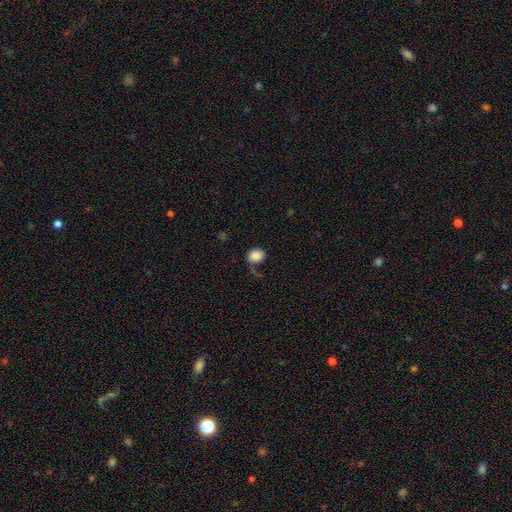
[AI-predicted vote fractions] A smooth galaxy with no disk features (86%) that is round (59%).

Vote fractions:
- Smooth or featured? smooth: 86% / star or artifact: 9% / featured or disk: 5%
- How rounded? round: 59% / in between: 40% / cigar-shaped: 1%
- Merging? none: 67% / minor disturbance: 18% / major disturbance: 9% / merger: 6%